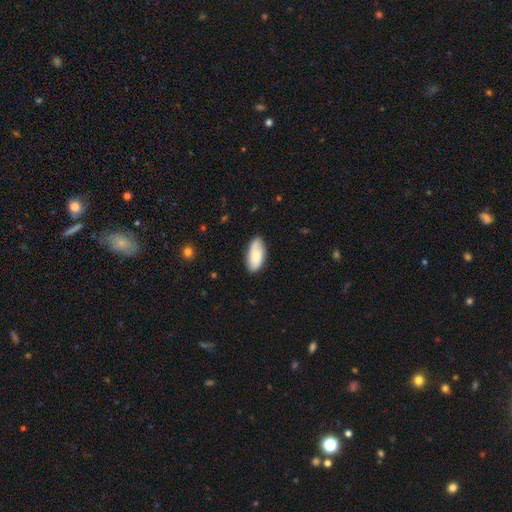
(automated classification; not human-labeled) A smooth galaxy with no disk features (71%) that is in between round and cigar-shaped (92%).

Vote fractions:
- Smooth or featured? smooth: 71% / featured or disk: 22% / star or artifact: 6%
- How rounded? in between: 92% / cigar-shaped: 6% / round: 2%
- Merging? none: 81% / minor disturbance: 15% / major disturbance: 2% / merger: 1%